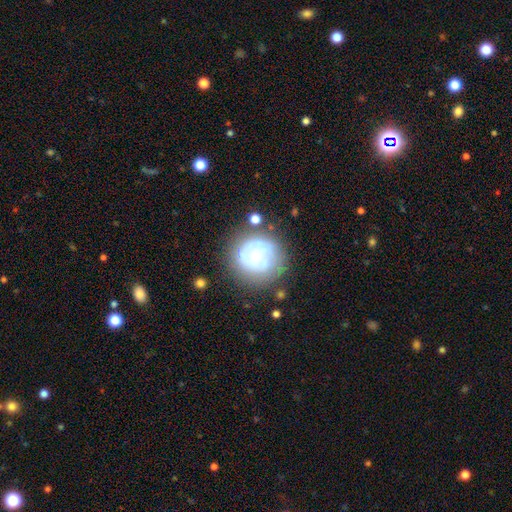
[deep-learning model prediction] A featured or disk galaxy (54%) with no bar (78%), spiral arms (52%) and a small central bulge (54%). Merging: none (61%).